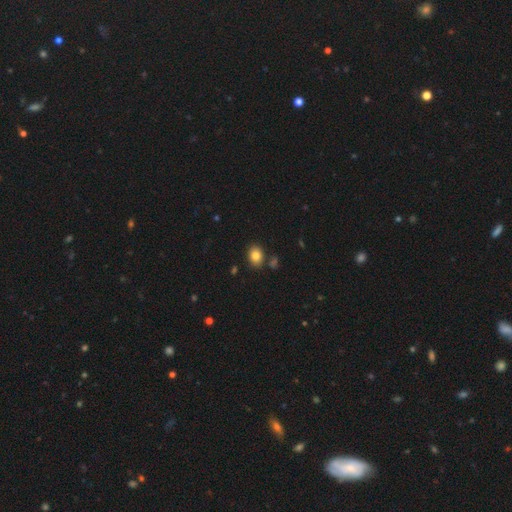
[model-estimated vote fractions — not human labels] Smooth or featured? Predicted: smooth (p=0.82). How rounded? Predicted: in between (p=0.66). Merging? Predicted: none (p=0.83).